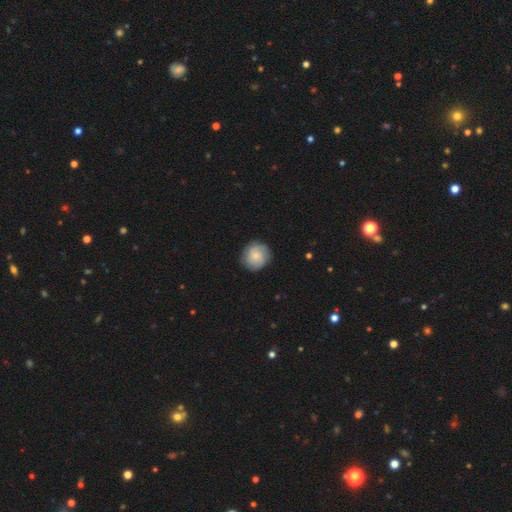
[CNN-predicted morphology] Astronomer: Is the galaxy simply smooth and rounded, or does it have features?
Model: smooth — 57% (runner-up: featured or disk, 36%).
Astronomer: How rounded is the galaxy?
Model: round — 88%.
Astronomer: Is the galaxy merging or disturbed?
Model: none — 84%.